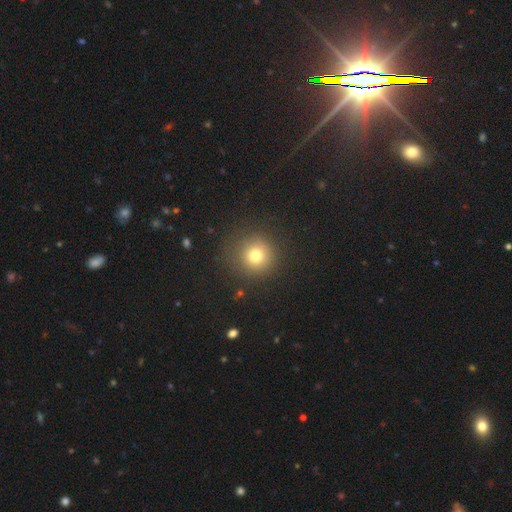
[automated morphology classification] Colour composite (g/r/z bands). It shows a smooth galaxy with no disk features (75%) that is round (94%). Merging: none (87%).